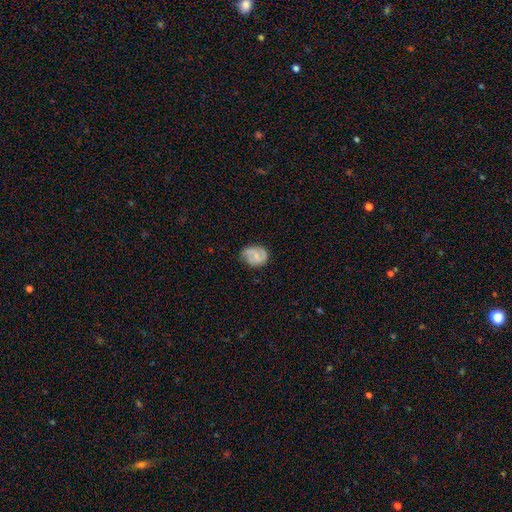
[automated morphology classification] Smooth or featured? featured or disk (50%)
Merging? none (59%)